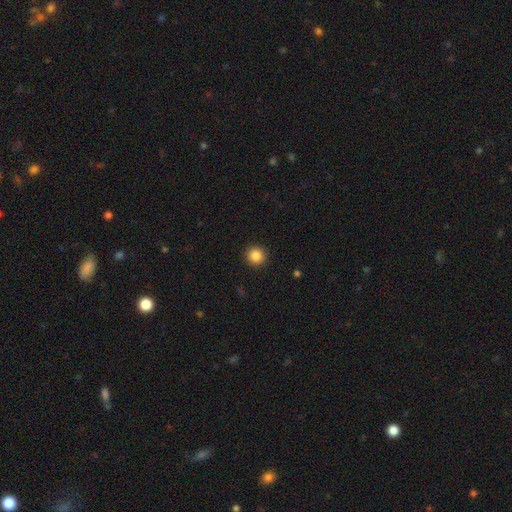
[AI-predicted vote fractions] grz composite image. It shows a smooth galaxy with no disk features (86%) that is round (94%). Merging: none (92%).